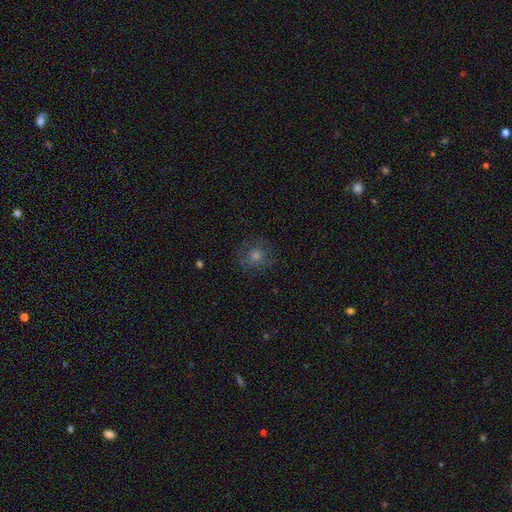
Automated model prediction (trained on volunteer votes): Smooth or featured?
  - smooth: 51% *
  - featured or disk: 27%
  - star or artifact: 22%
How rounded?
  - round: 89% *
  - in between: 10%
  - cigar-shaped: 1%
Merging?
  - none: 81% *
  - minor disturbance: 12%
  - major disturbance: 6%
  - merger: 1%